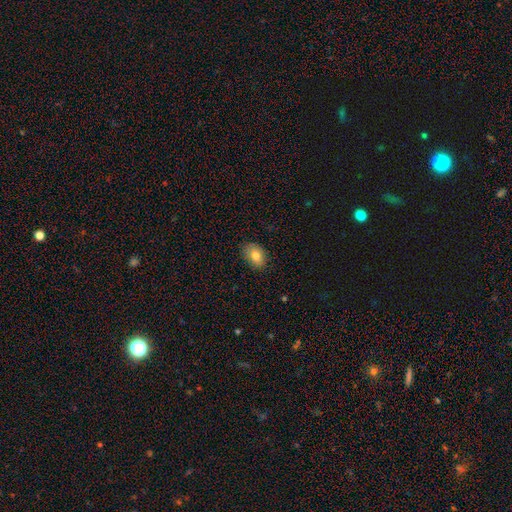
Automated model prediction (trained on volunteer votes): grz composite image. It shows a smooth galaxy with no disk features (80%) that is in between round and cigar-shaped (79%). Merging: none (83%).